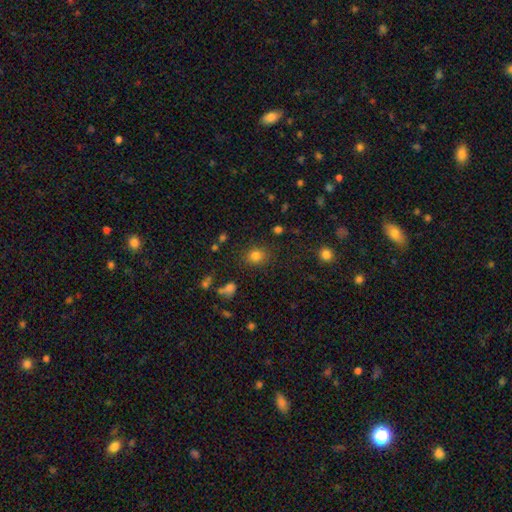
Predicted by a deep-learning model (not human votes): The model was most divided on "how rounded": round: 64%, in between: 35%, cigar-shaped: 1%. More confident: merging — none (82%); smooth or featured — smooth (81%).